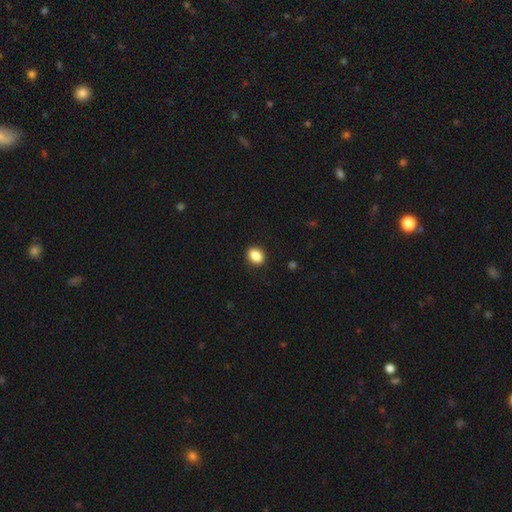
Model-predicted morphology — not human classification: This is clearly a smooth galaxy (87%). How rounded: likely in between (69%). Merging: clearly none (90%).